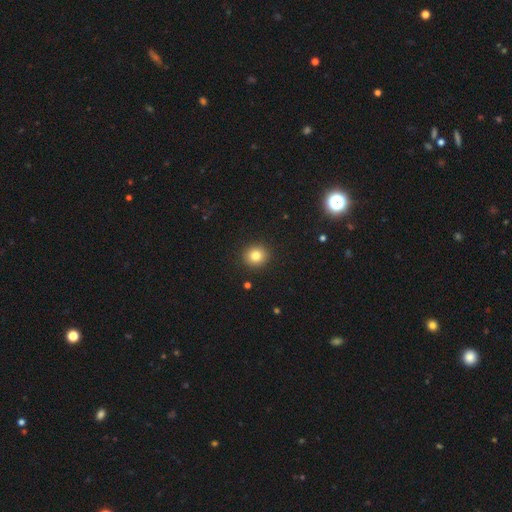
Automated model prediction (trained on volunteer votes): Smooth or featured?
  - smooth: 81% *
  - star or artifact: 11%
  - featured or disk: 7%
How rounded?
  - round: 88% *
  - in between: 12%
  - cigar-shaped: 1%
Merging?
  - none: 92% *
  - minor disturbance: 5%
  - major disturbance: 2%
  - merger: 1%